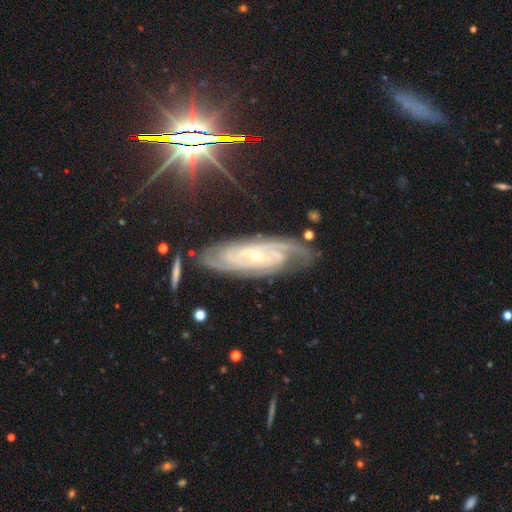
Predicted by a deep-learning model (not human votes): A featured or disk galaxy (87%) with no bar (49%), 2 (35%) tight (71%) spiral arms (98%) and a small central bulge (75%). Merging: none (77%).